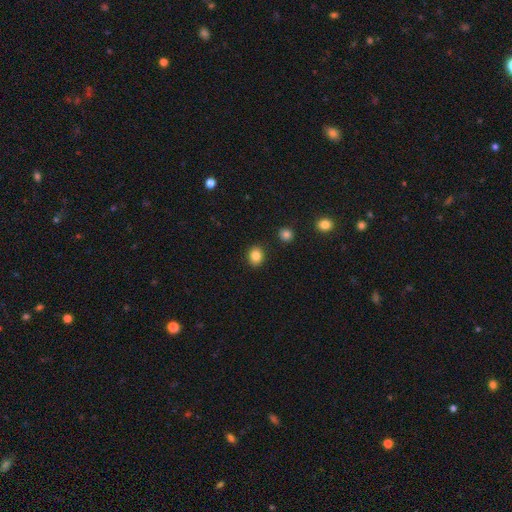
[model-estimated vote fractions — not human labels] Smooth or featured? Predicted: smooth (p=0.85). How rounded? Predicted: round (p=0.59). Merging? Predicted: none (p=0.88).